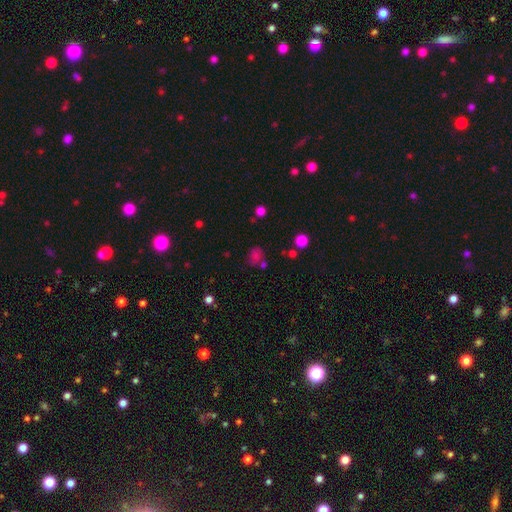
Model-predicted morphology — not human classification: This is likely a smooth galaxy (67%). How rounded: possibly round (58%). Merging: possibly none (57%).